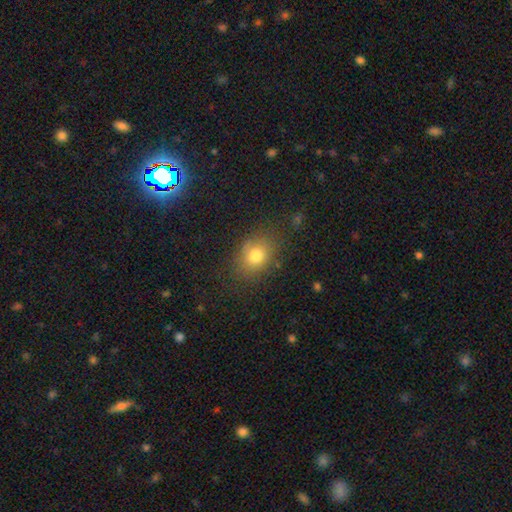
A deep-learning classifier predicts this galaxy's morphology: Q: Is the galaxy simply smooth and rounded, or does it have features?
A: smooth — 78%.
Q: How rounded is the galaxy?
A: in between — 57%.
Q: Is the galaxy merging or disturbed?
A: none — 76%.